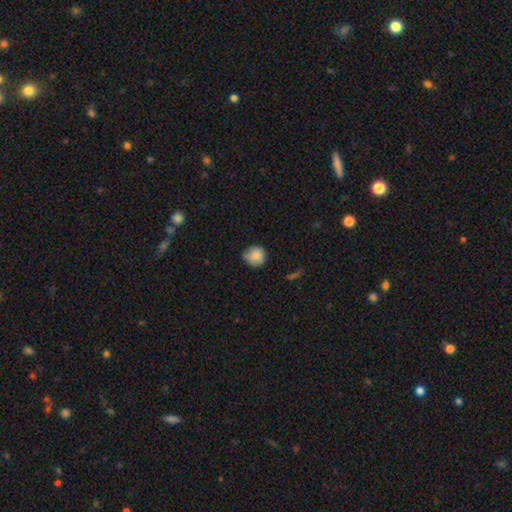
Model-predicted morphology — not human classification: smooth-or-featured: smooth: 85% | star or artifact: 8% | featured or disk: 7%
  how-rounded: round: 89% | in between: 10% | cigar-shaped: 1%
  merging: none: 70% | minor disturbance: 25% | major disturbance: 4% | merger: 2%